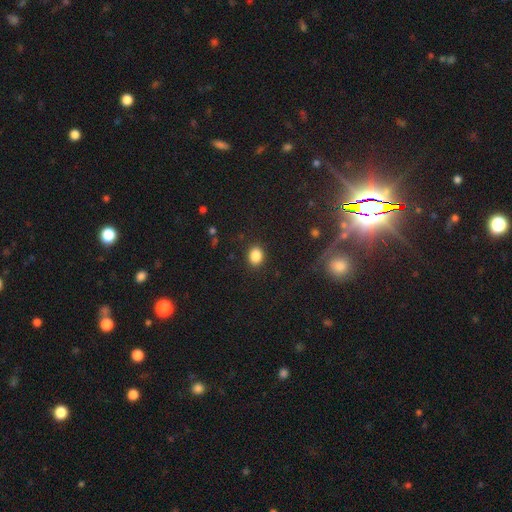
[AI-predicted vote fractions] This is clearly a smooth galaxy (86%). How rounded: possibly round (56%). Merging: clearly none (88%).